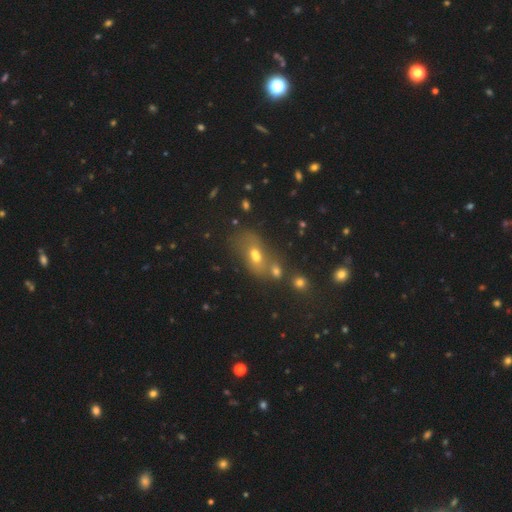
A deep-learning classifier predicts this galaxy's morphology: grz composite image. It shows a smooth galaxy with no disk features (57%) that is in between round and cigar-shaped (70%). Merging: merger (43%).